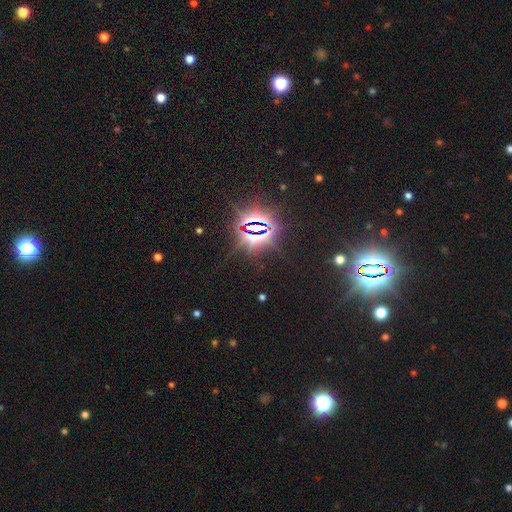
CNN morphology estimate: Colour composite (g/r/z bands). It shows a star or artifact, not a galaxy (84%).